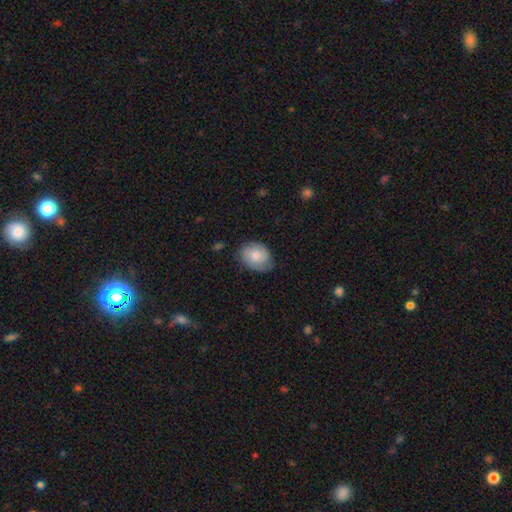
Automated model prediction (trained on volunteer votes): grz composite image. It shows a smooth galaxy with no disk features (69%) that is in between round and cigar-shaped (66%). Merging: none (68%).